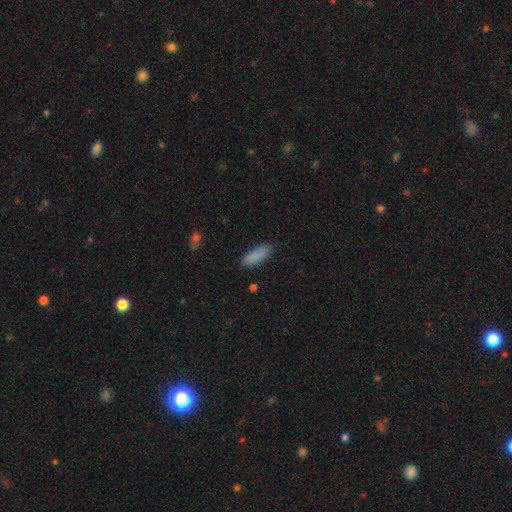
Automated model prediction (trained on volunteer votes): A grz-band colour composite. It shows a smooth galaxy with no disk features (87%) that is in between round and cigar-shaped (61%). Merging: none (81%).